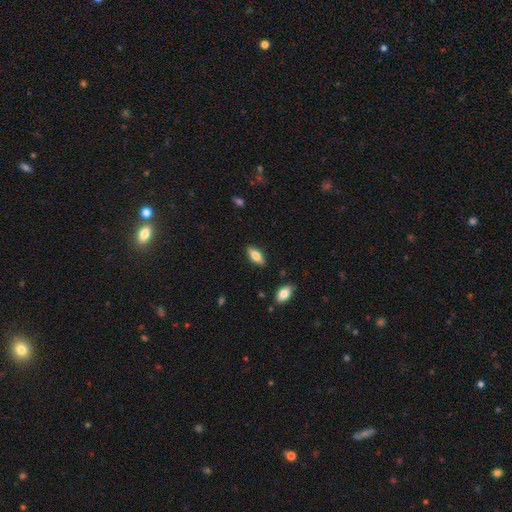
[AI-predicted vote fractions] smooth_or_featured: smooth (p=0.67) [alt: featured or disk p=0.27]
how_rounded: in between (p=0.77) [alt: cigar-shaped p=0.20]
merging: none (p=0.87) [alt: minor disturbance p=0.10]